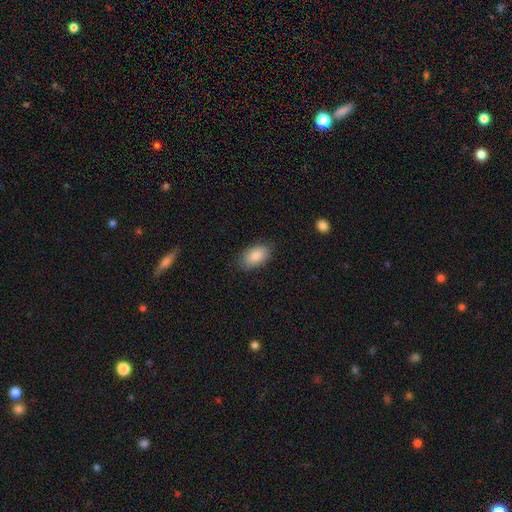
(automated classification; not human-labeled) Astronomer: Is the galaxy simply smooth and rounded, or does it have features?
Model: smooth — 88%.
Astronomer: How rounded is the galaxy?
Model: in between — 94%.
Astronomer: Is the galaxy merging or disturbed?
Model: none — 82%.